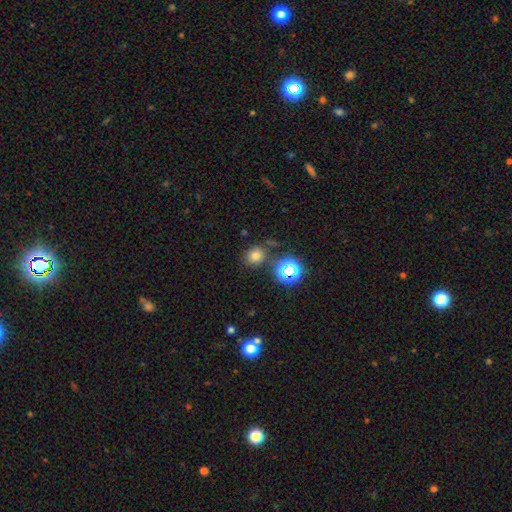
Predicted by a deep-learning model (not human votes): Smooth or featured? smooth (71%)
How rounded? round (77%)
Merging? none (75%)